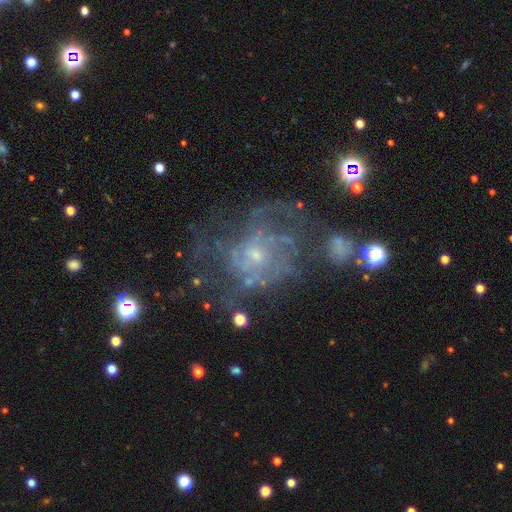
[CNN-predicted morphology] This is likely a featured or disk galaxy (73%). It is clearly not viewed edge-on (97%). Bar: likely no (77%). Spiral arm pattern: likely yes (69%). Central bulge: likely small (69%). Merging: possibly none (47%).